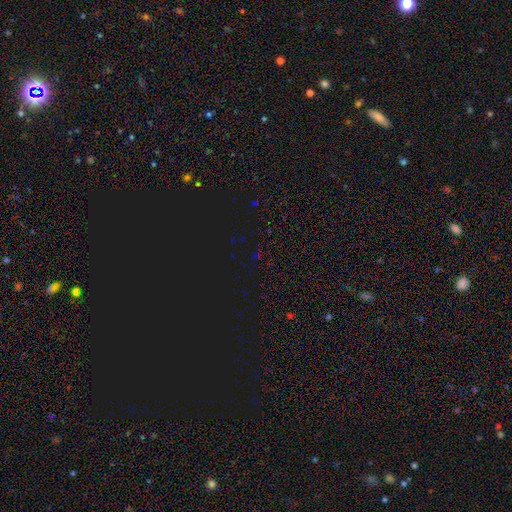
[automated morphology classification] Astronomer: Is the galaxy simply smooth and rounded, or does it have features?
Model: star or artifact — 75%.